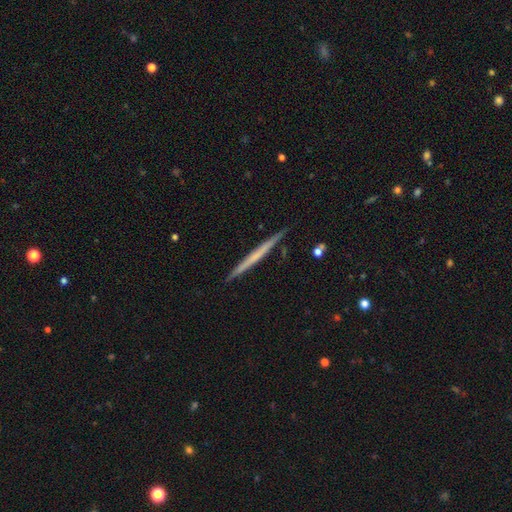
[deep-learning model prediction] Morphology: type=featured or disk (53%); edge-on=yes (98%); edge-on bulge=none (87%); merging=none (91%).